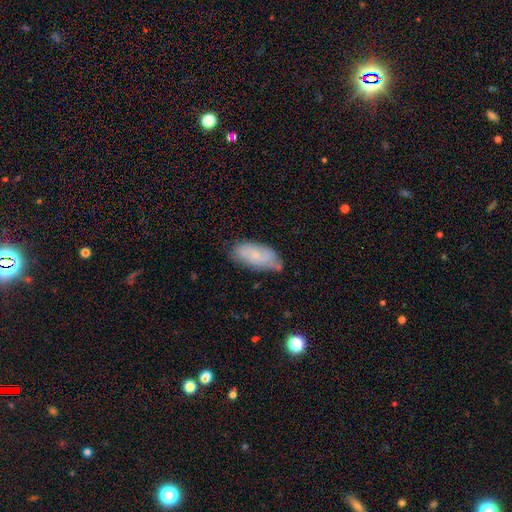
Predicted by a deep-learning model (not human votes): This is possibly a smooth galaxy (59%). How rounded: clearly in between (87%). Merging: likely none (66%).